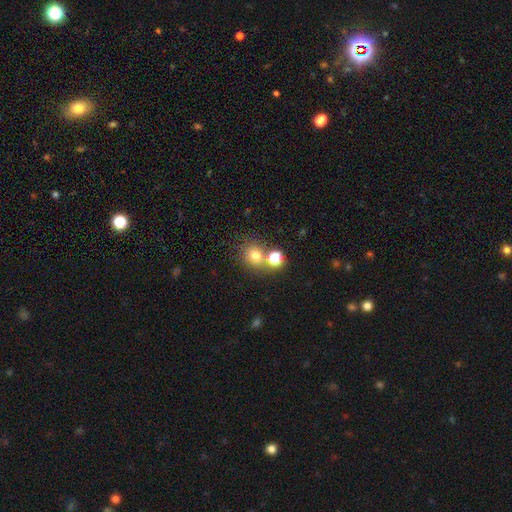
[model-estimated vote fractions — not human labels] smooth_or_featured: smooth (p=0.74) [alt: star or artifact p=0.17]
how_rounded: round (p=0.81) [alt: in between p=0.18]
merging: none (p=0.61) [alt: merger p=0.27]